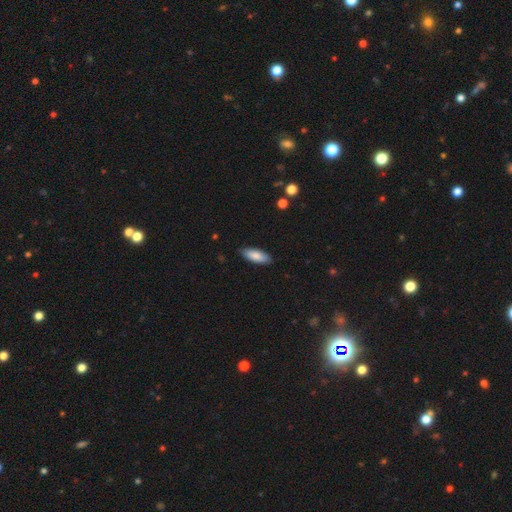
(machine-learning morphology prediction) Overall: smooth (85%). How rounded: in between (73%). Merging: none (88%).